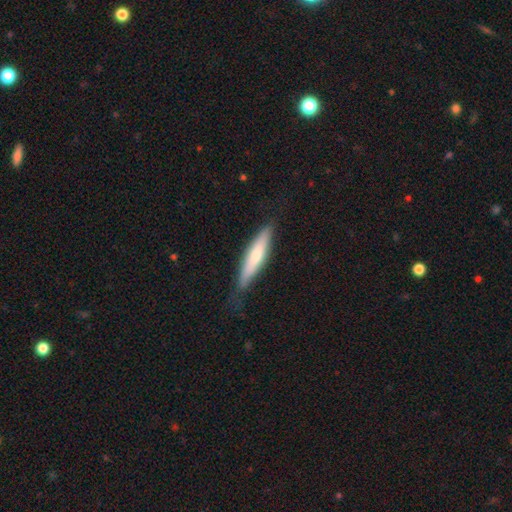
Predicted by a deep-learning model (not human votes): This appears to be a smooth galaxy with no disk features (61%) that is cigar-shaped (84%). Merging: none (76%).